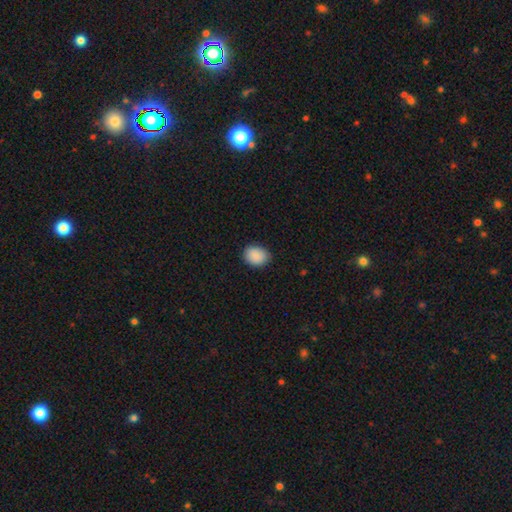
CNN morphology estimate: smooth-or-featured: smooth: 90% | star or artifact: 7% | featured or disk: 3%
  how-rounded: in between: 55% | round: 44% | cigar-shaped: 1%
  merging: none: 85% | minor disturbance: 12% | major disturbance: 2% | merger: 1%